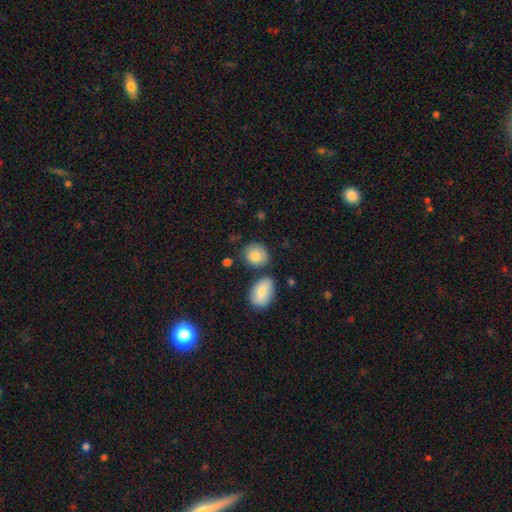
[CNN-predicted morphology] This is clearly a smooth galaxy (85%). How rounded: likely round (72%). Merging: likely none (71%).